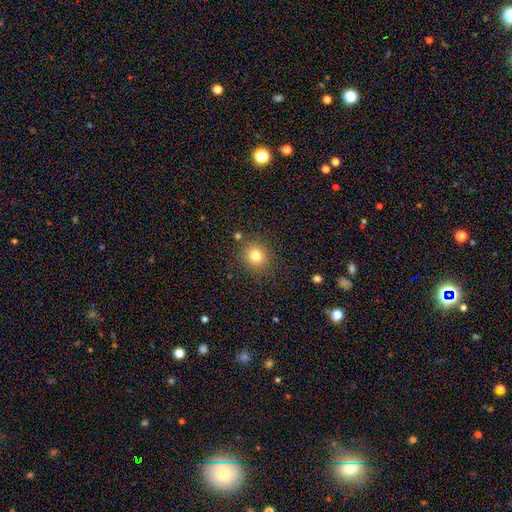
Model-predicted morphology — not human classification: This appears to be a smooth galaxy with no disk features (80%) that is round (89%). Merging: none (86%).